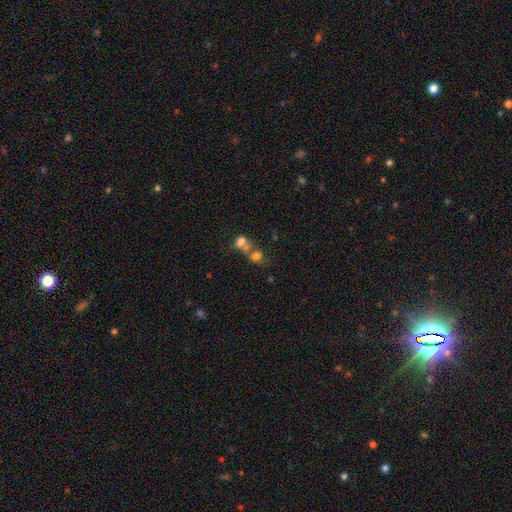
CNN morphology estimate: Smooth or featured? Predicted: smooth (p=0.61). How rounded? Predicted: round (p=0.68). Merging? Predicted: merger (p=0.53).